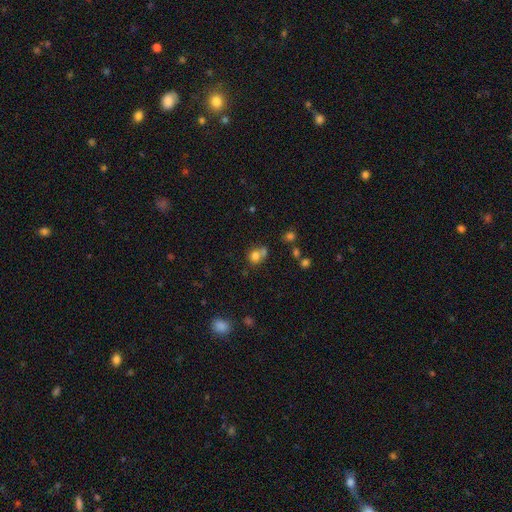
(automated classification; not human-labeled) Smooth or featured? smooth (77%)
How rounded? round (77%)
Merging? none (47%)